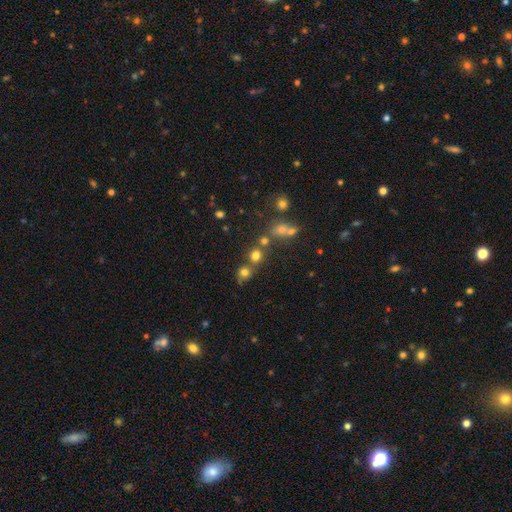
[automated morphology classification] This is likely a smooth galaxy (69%). How rounded: clearly round (85%). Merging: likely none (62%).